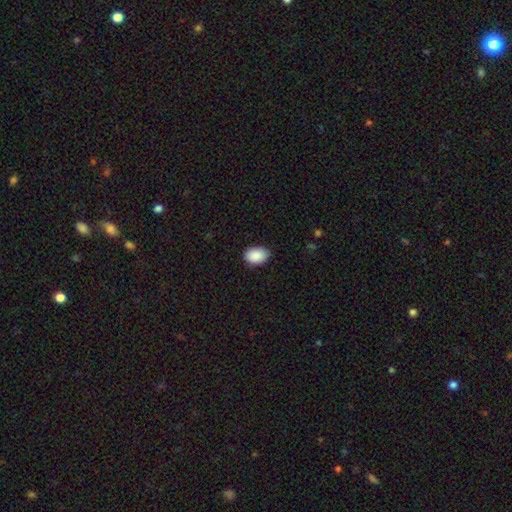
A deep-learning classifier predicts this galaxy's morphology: Smooth or featured: smooth — 90% (star or artifact — 7%)
How rounded: in between — 87% (round — 12%)
Merging: none — 84% (minor disturbance — 13%)